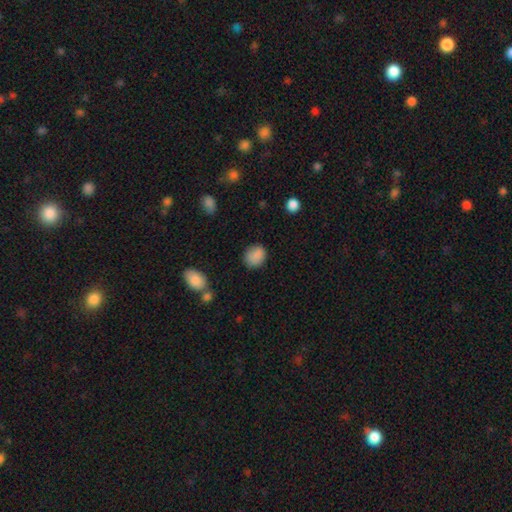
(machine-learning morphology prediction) This is clearly a smooth galaxy (87%). How rounded: possibly round (57%). Merging: likely none (80%).